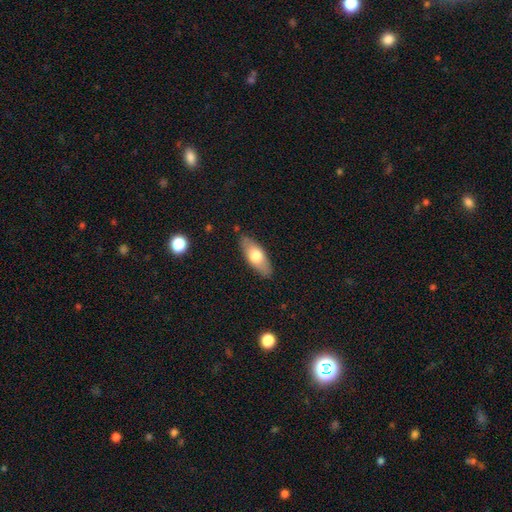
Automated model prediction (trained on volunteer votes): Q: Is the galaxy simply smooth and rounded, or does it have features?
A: smooth — 64%.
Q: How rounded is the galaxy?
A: in between — 75%.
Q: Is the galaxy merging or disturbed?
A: none — 86%.